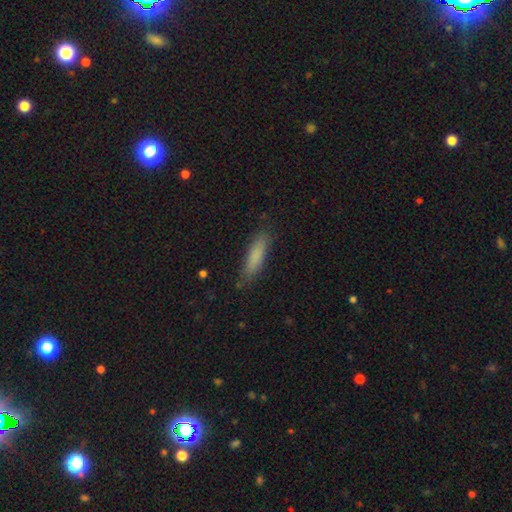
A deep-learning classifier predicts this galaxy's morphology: A smooth galaxy with no disk features (82%) that is cigar-shaped (74%).

Vote fractions:
- Smooth or featured? smooth: 82% / featured or disk: 11% / star or artifact: 7%
- How rounded? cigar-shaped: 74% / in between: 24% / round: 2%
- Merging? none: 82% / minor disturbance: 14% / major disturbance: 3% / merger: 1%